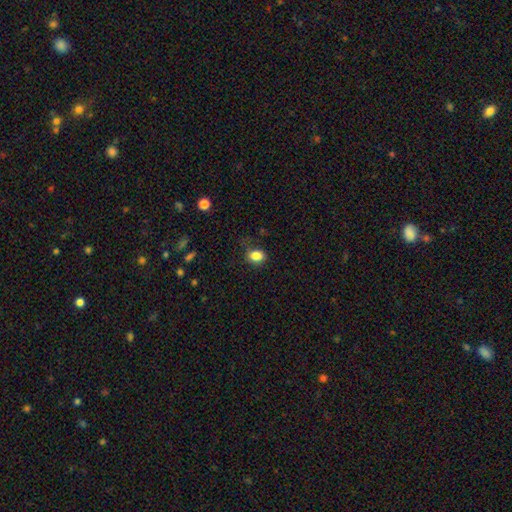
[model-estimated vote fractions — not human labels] This is clearly a smooth galaxy (85%). How rounded: likely in between (63%). Merging: likely none (73%).